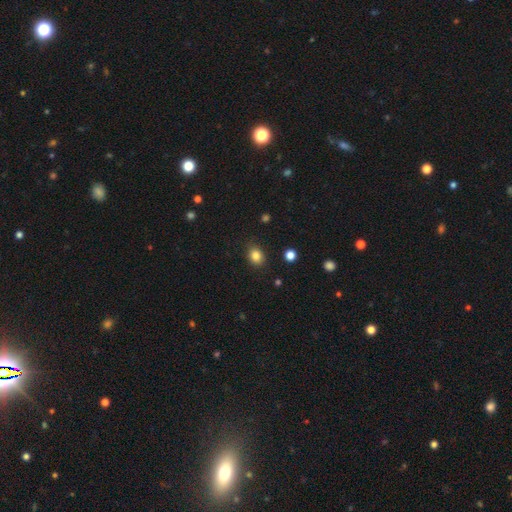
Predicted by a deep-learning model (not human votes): Overall: smooth (84%). How rounded: in between (51%; round 48%). Merging: none (86%).